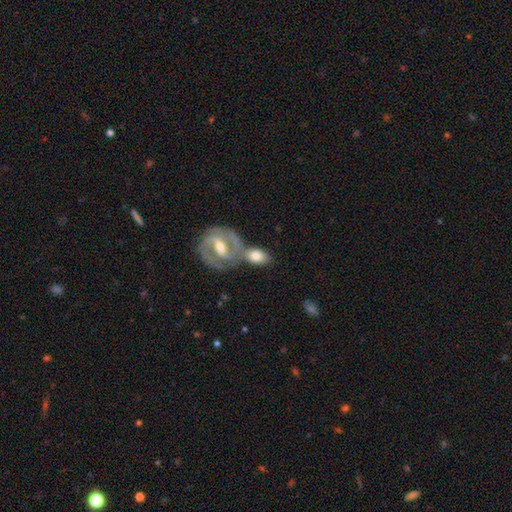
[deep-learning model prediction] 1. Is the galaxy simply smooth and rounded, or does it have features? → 49% smooth, 45% featured or disk, 6% star or artifact.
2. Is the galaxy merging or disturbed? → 47% none, 34% merger, 14% minor disturbance, 5% major disturbance.